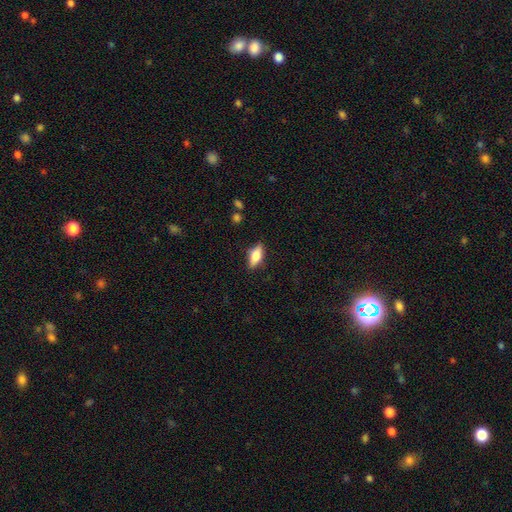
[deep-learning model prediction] Smooth or featured?
  - smooth: 68% *
  - featured or disk: 25%
  - star or artifact: 7%
How rounded?
  - in between: 79% *
  - cigar-shaped: 18%
  - round: 3%
Merging?
  - none: 84% *
  - minor disturbance: 12%
  - major disturbance: 3%
  - merger: 1%